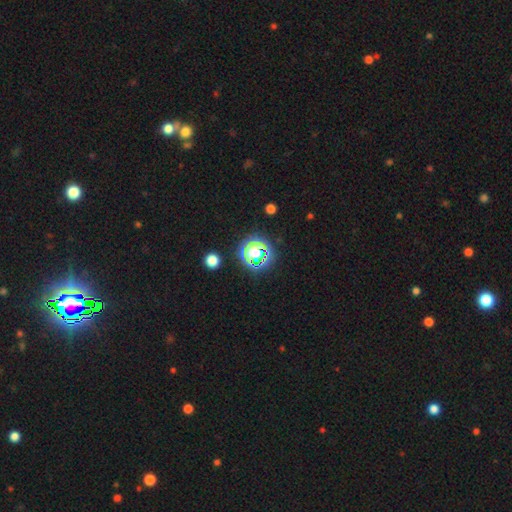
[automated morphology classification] This is possibly a star or artifact rather than a galaxy (57%).